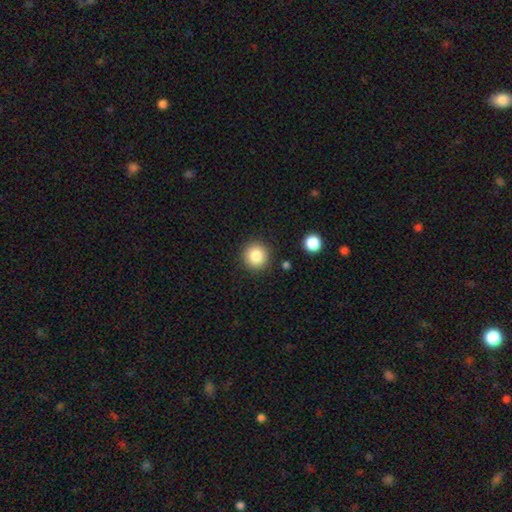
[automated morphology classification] smooth-or-featured: smooth: 84% | star or artifact: 10% | featured or disk: 6%
  how-rounded: round: 94% | in between: 5% | cigar-shaped: 1%
  merging: none: 89% | minor disturbance: 6% | merger: 2% | major disturbance: 2%